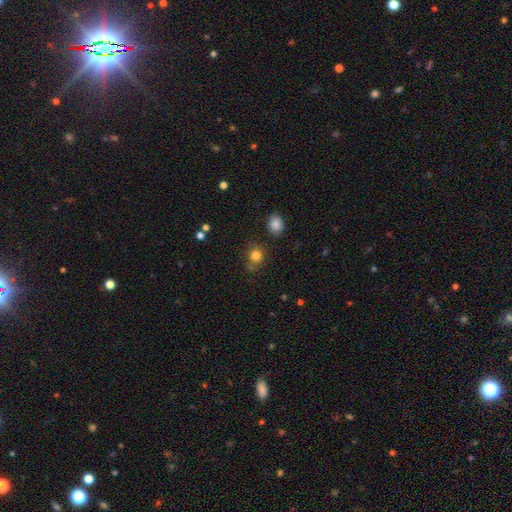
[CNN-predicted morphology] smooth-or-featured: smooth: 82% | star or artifact: 13% | featured or disk: 6%
  how-rounded: round: 80% | in between: 19% | cigar-shaped: 1%
  merging: none: 75% | minor disturbance: 14% | merger: 6% | major disturbance: 4%